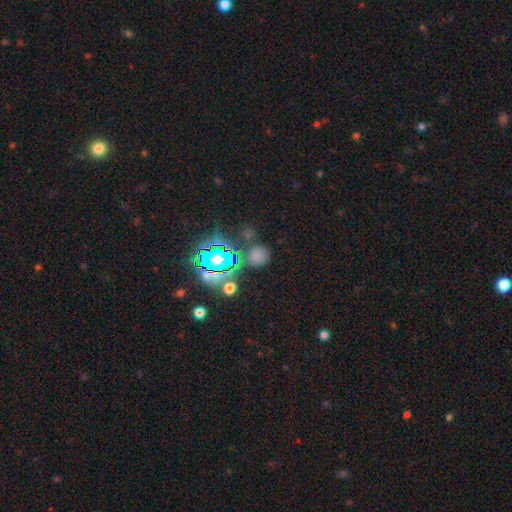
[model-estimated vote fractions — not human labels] This is possibly a smooth galaxy (56%). How rounded: clearly round (84%). Merging: likely none (77%).